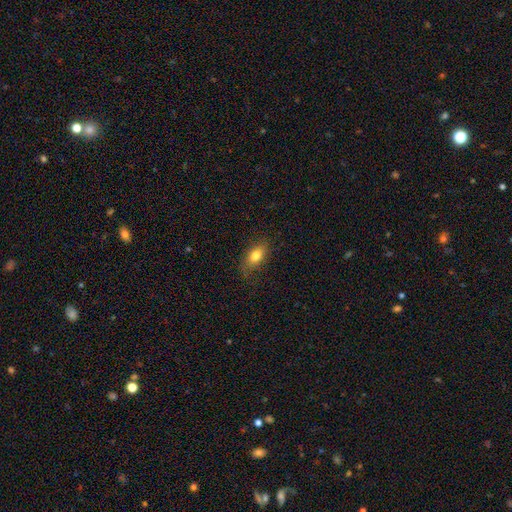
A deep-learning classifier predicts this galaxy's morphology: smooth-or-featured: smooth: 79% | featured or disk: 12% | star or artifact: 9%
  how-rounded: in between: 84% | round: 10% | cigar-shaped: 7%
  merging: none: 77% | minor disturbance: 17% | major disturbance: 5% | merger: 1%